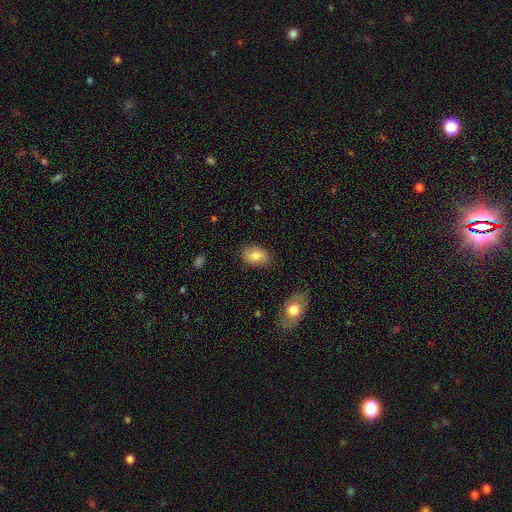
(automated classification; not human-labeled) smooth 78%, featured or disk 14%, star or artifact 8%. Down the decision tree: how rounded — in between (85%); merging — none (84%).